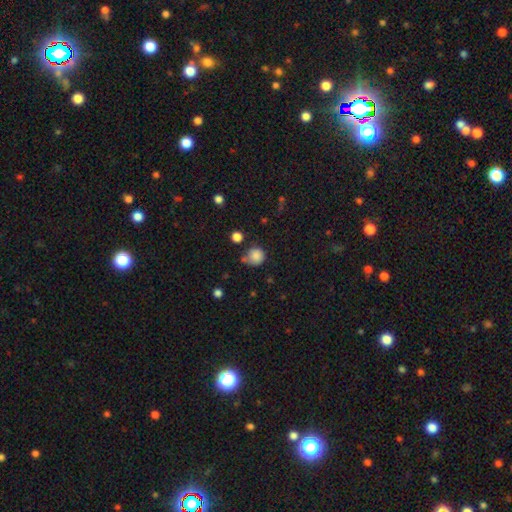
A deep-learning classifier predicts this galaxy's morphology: Q: Smooth or featured?
A: smooth (84%); runner-up: star or artifact (10%)
Q: How rounded?
A: round (88%); runner-up: in between (11%)
Q: Merging?
A: none (61%); runner-up: minor disturbance (23%)